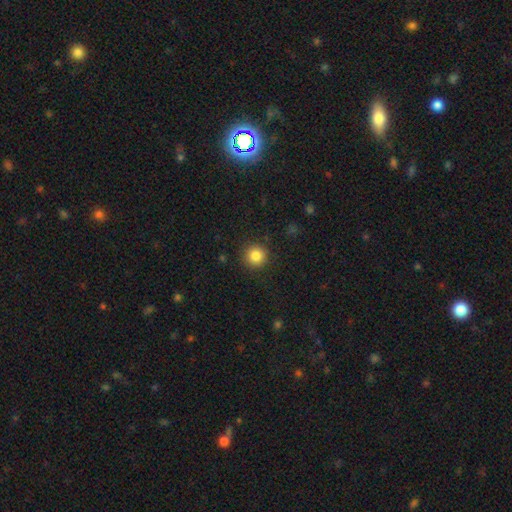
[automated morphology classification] The model was most divided on "smooth or featured": smooth: 84%, star or artifact: 11%, featured or disk: 5%. More confident: how rounded — round (95%); merging — none (90%).